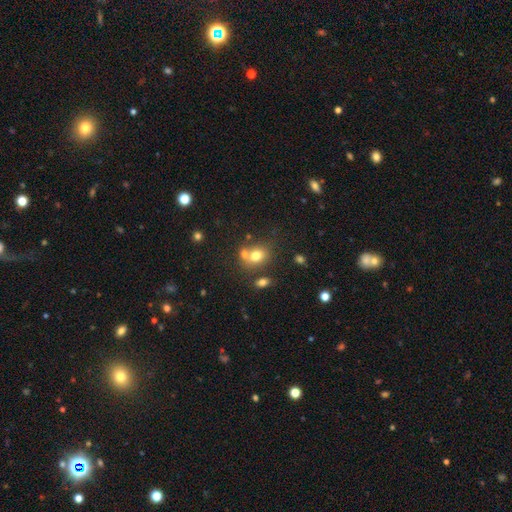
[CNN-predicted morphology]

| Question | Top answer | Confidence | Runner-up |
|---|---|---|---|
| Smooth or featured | smooth | 73% | featured or disk (14%) |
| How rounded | round | 54% | in between (45%) |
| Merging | none | 49% | merger (35%) |